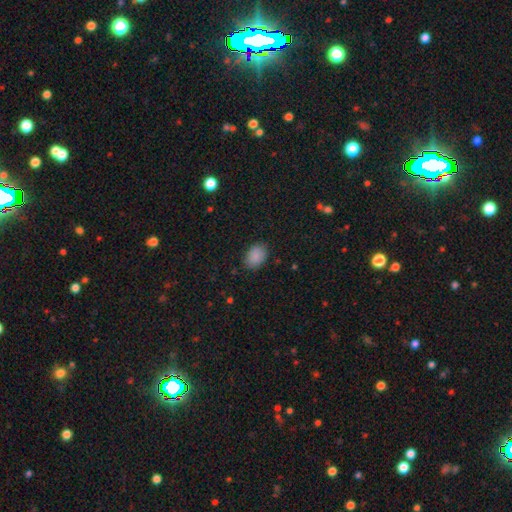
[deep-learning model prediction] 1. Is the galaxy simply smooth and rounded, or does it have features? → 88% smooth, 9% star or artifact, 4% featured or disk.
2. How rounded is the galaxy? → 78% in between, 21% round, 1% cigar-shaped.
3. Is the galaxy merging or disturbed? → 83% none, 13% minor disturbance, 3% major disturbance, 1% merger.